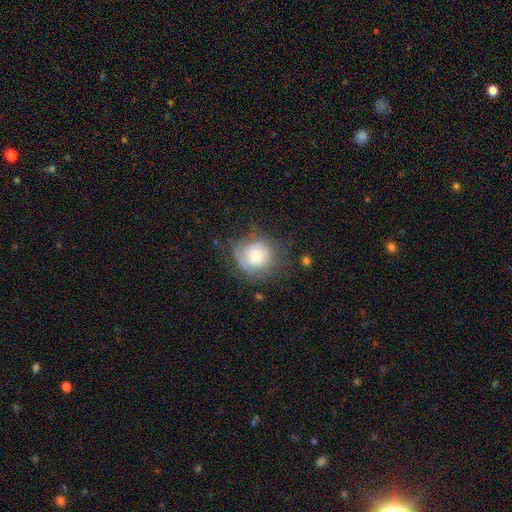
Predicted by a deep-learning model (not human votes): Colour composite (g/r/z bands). It shows a smooth galaxy with no disk features (46%). Merging: none (59%).